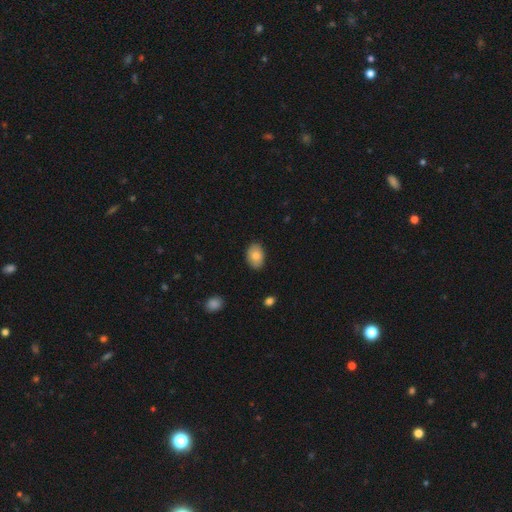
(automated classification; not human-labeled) A smooth galaxy with no disk features (83%) that is in between round and cigar-shaped (84%).

Vote fractions:
- Smooth or featured? smooth: 83% / featured or disk: 9% / star or artifact: 7%
- How rounded? in between: 84% / round: 15% / cigar-shaped: 1%
- Merging? none: 86% / minor disturbance: 11% / major disturbance: 2% / merger: 1%